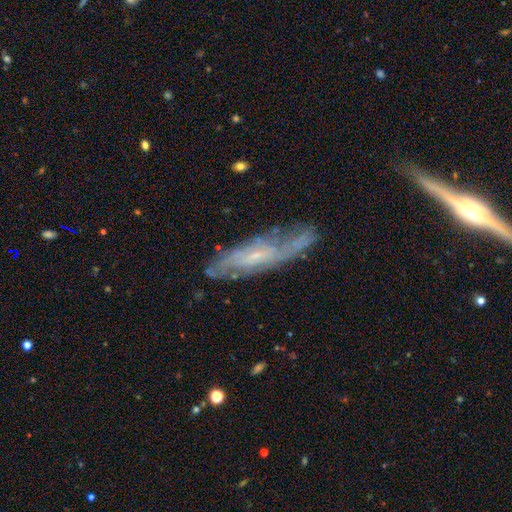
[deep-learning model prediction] smooth-or-featured: featured or disk: 74% | smooth: 19% | star or artifact: 7%
  disk-edge-on: no: 67% | yes: 33%
  merging: none: 67% | minor disturbance: 21% | major disturbance: 9% | merger: 3%